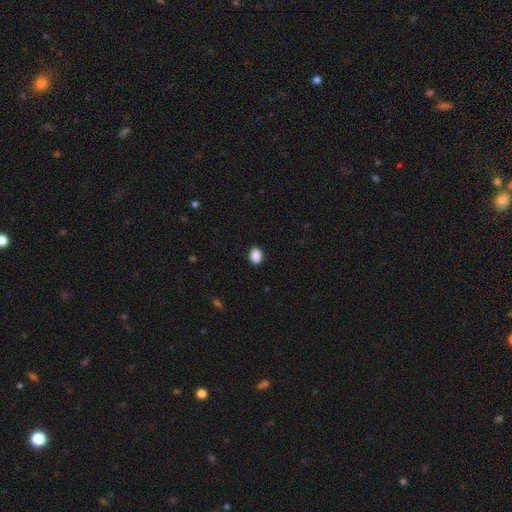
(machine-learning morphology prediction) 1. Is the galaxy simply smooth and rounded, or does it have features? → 89% smooth, 8% star or artifact, 2% featured or disk.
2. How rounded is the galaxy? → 68% in between, 31% round, 1% cigar-shaped.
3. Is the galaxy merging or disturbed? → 89% none, 8% minor disturbance, 2% major disturbance, 1% merger.